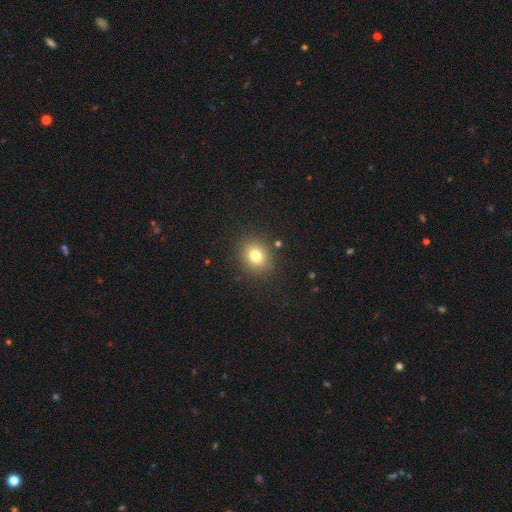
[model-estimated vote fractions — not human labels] Morphology: type=smooth (77%); roundness=round (65%); merging=none (87%).